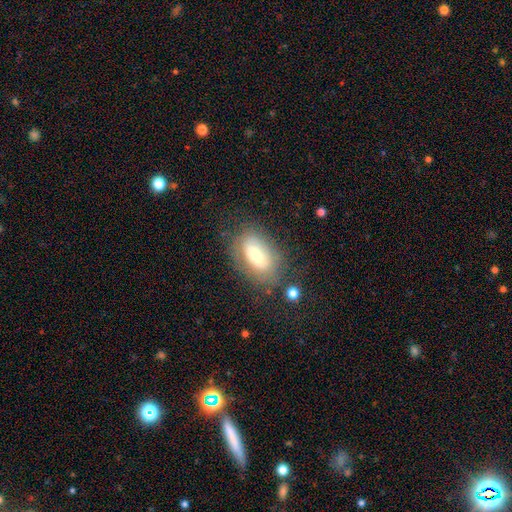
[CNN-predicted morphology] Q: Smooth or featured?
A: smooth (63%); runner-up: featured or disk (29%)
Q: How rounded?
A: in between (88%); runner-up: cigar-shaped (7%)
Q: Merging?
A: none (71%); runner-up: minor disturbance (18%)